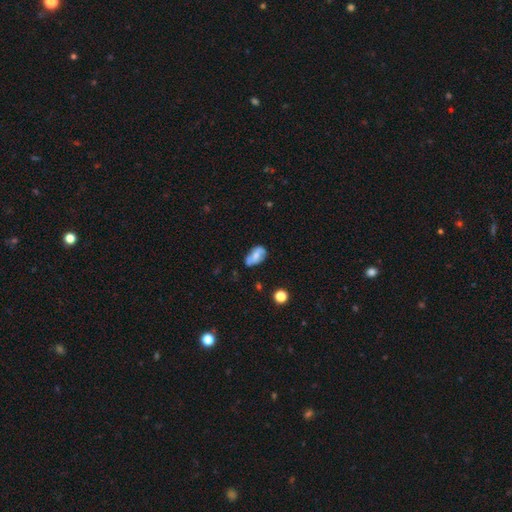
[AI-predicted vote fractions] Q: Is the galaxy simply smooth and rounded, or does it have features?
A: smooth — 56%.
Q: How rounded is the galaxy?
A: in between — 89%.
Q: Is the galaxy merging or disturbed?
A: none — 59%.